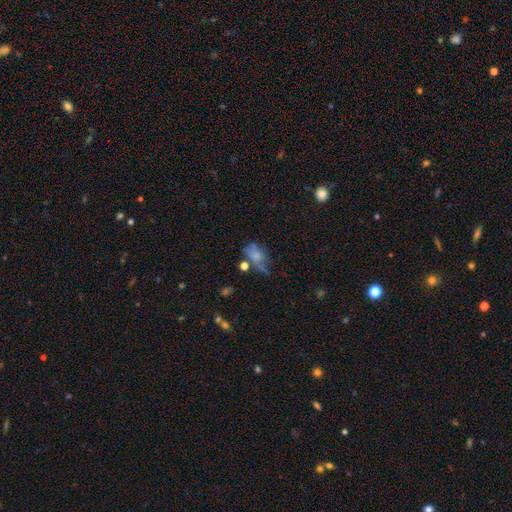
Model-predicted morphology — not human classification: type=smooth (60%); roundness=in between (80%); merging=none (30%).